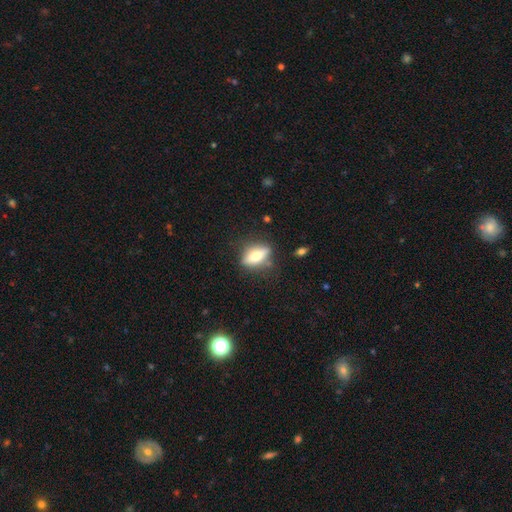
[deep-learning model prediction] Overall: smooth (53%; featured or disk 39%). How rounded: in between (67%). Merging: none (76%).